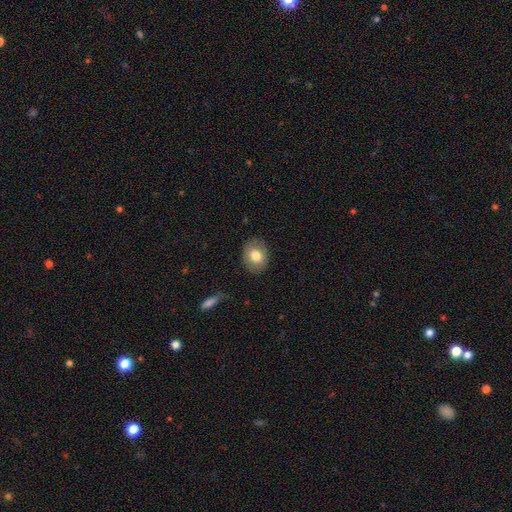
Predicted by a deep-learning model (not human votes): Smooth or featured?
  - smooth: 75% *
  - featured or disk: 17%
  - star or artifact: 8%
How rounded?
  - in between: 50% *
  - round: 49%
  - cigar-shaped: 1%
Merging?
  - none: 84% *
  - minor disturbance: 12%
  - major disturbance: 3%
  - merger: 1%